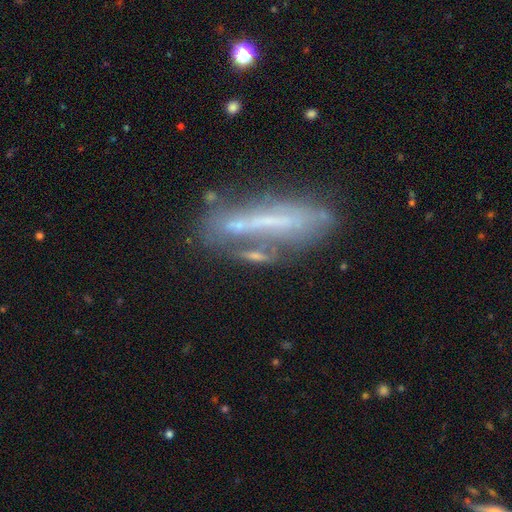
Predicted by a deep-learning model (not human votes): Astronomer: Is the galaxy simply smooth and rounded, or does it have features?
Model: featured or disk — 59%.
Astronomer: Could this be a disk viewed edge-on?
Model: yes — 52% (runner-up: no, 48%).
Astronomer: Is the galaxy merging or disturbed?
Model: none — 49%.